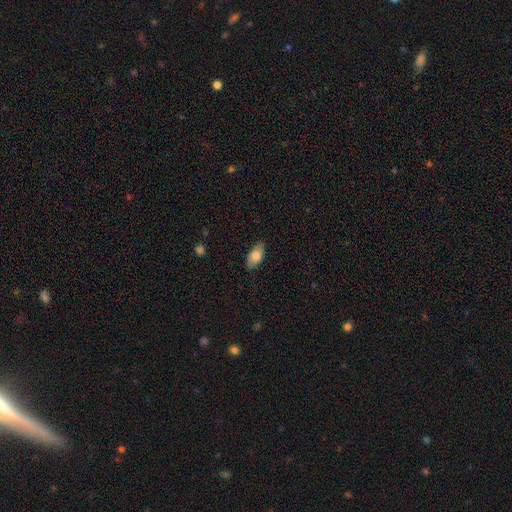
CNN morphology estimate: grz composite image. It shows a smooth galaxy with no disk features (78%) that is in between round and cigar-shaped (92%). Merging: none (83%).